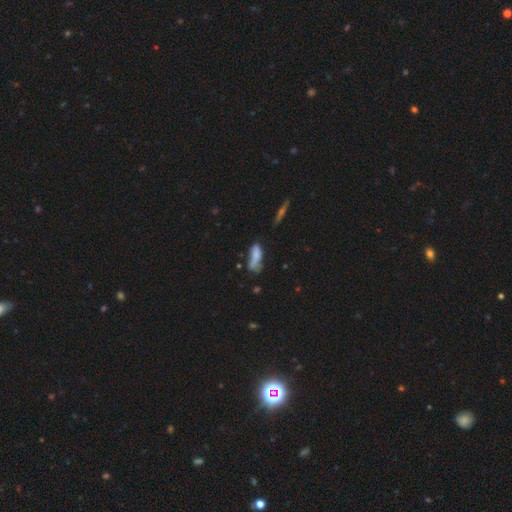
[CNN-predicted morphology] This is likely a smooth galaxy (72%). How rounded: possibly in between (58%). Merging: marginally none (38%).